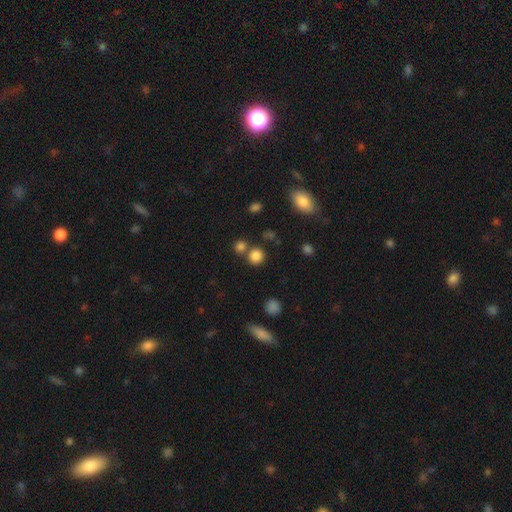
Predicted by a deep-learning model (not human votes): smooth_or_featured: smooth (p=0.83) [alt: star or artifact p=0.12]
how_rounded: round (p=0.90) [alt: in between p=0.09]
merging: none (p=0.70) [alt: merger p=0.19]